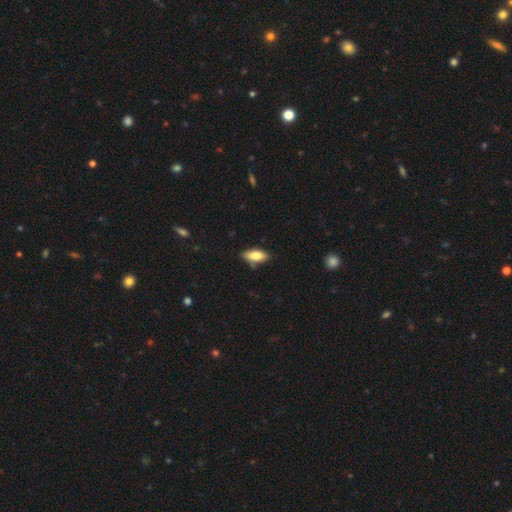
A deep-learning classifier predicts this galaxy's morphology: A smooth galaxy with no disk features (84%) that is in between round and cigar-shaped (86%).

Vote fractions:
- Smooth or featured? smooth: 84% / featured or disk: 9% / star or artifact: 6%
- How rounded? in between: 86% / cigar-shaped: 12% / round: 2%
- Merging? none: 81% / minor disturbance: 14% / major disturbance: 2% / merger: 2%